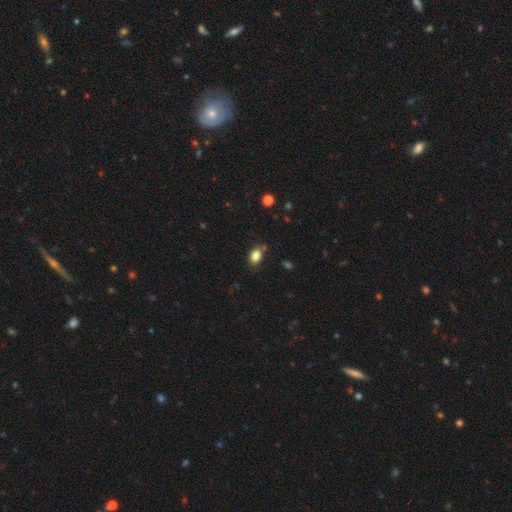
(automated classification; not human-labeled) Morphology: type=smooth (84%); roundness=in between (80%); merging=none (77%).